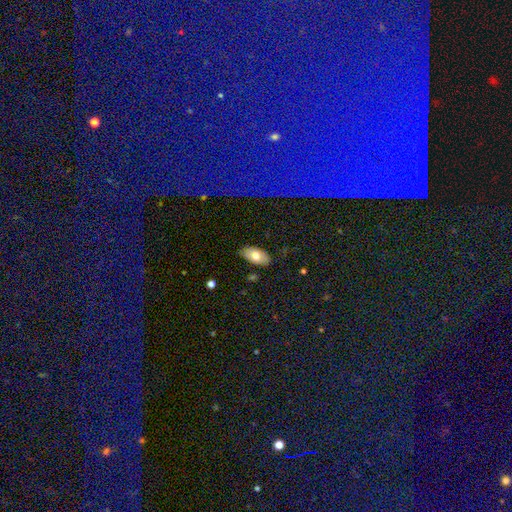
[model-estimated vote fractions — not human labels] smooth-or-featured: smooth: 73% | featured or disk: 21% | star or artifact: 6%
  how-rounded: in between: 94% | round: 3% | cigar-shaped: 2%
  merging: none: 84% | minor disturbance: 12% | major disturbance: 3% | merger: 2%